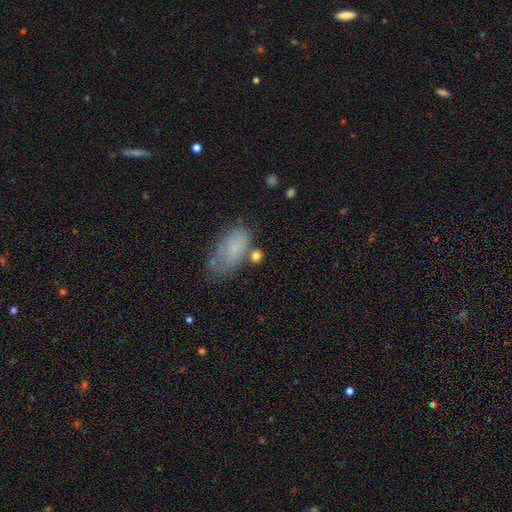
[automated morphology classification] Overall: smooth (77%). How rounded: in between (73%). Merging: none (59%; minor disturbance 20%).